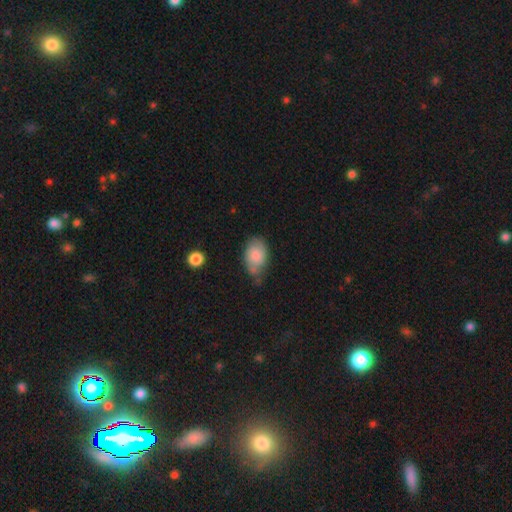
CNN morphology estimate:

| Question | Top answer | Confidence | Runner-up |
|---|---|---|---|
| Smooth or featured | smooth | 83% | featured or disk (10%) |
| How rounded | in between | 83% | round (15%) |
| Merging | none | 46% | minor disturbance (35%) |